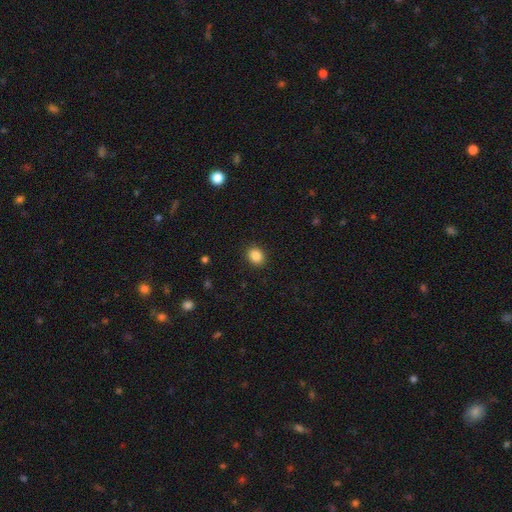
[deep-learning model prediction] Smooth or featured: smooth — 87% (star or artifact — 10%)
How rounded: round — 55% (in between — 44%)
Merging: none — 90% (minor disturbance — 7%)